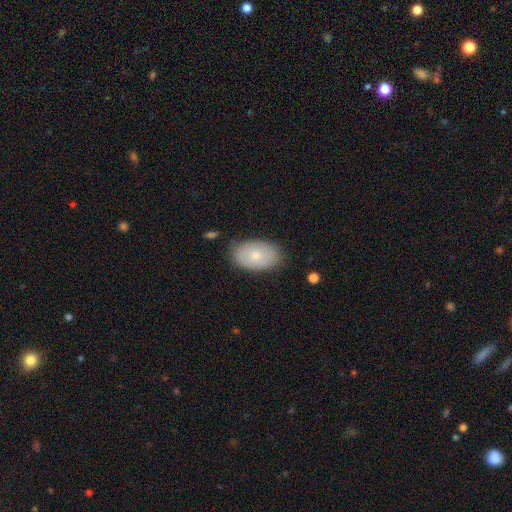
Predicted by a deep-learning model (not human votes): A smooth galaxy with no disk features (71%) that is in between round and cigar-shaped (91%). Merging: none (80%).